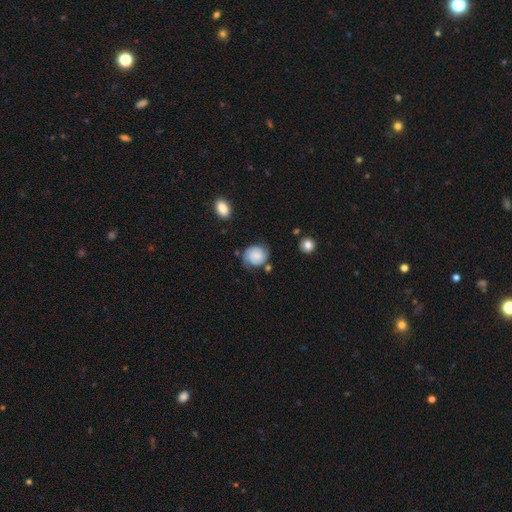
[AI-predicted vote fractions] smooth-or-featured: smooth: 53% | featured or disk: 38% | star or artifact: 9%
  how-rounded: round: 72% | in between: 27% | cigar-shaped: 1%
  merging: none: 64% | minor disturbance: 24% | major disturbance: 8% | merger: 3%